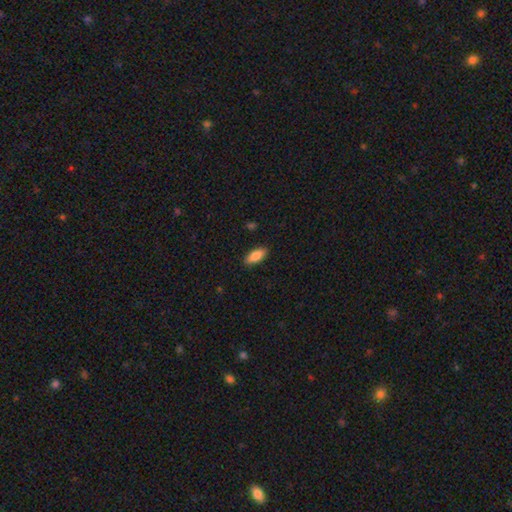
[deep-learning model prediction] A smooth galaxy with no disk features (86%) that is in between round and cigar-shaped (85%).

Vote fractions:
- Smooth or featured? smooth: 86% / featured or disk: 8% / star or artifact: 6%
- How rounded? in between: 85% / cigar-shaped: 13% / round: 2%
- Merging? none: 89% / minor disturbance: 8% / major disturbance: 2% / merger: 1%